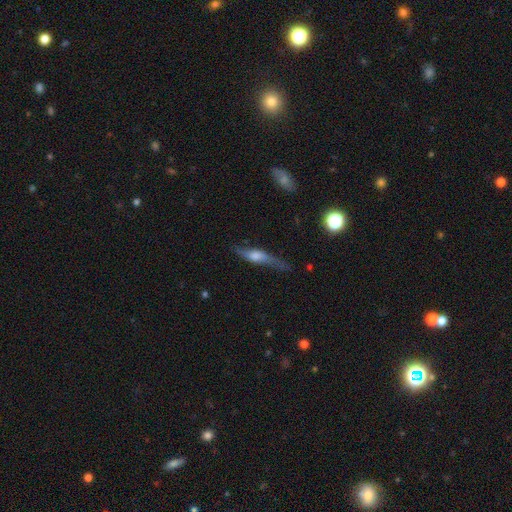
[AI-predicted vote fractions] This is possibly a featured or disk galaxy (60%). It is likely viewed edge-on (78%). Merging: possibly none (58%).